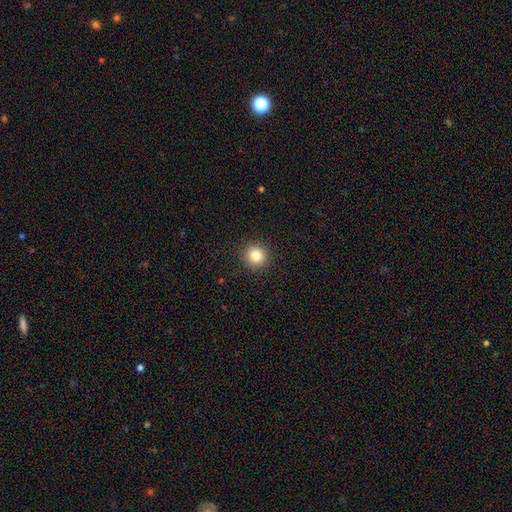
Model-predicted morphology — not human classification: Smooth or featured?
  - smooth: 83% *
  - star or artifact: 11%
  - featured or disk: 6%
How rounded?
  - round: 93% *
  - in between: 7%
  - cigar-shaped: 1%
Merging?
  - none: 92% *
  - minor disturbance: 5%
  - major disturbance: 2%
  - merger: 1%